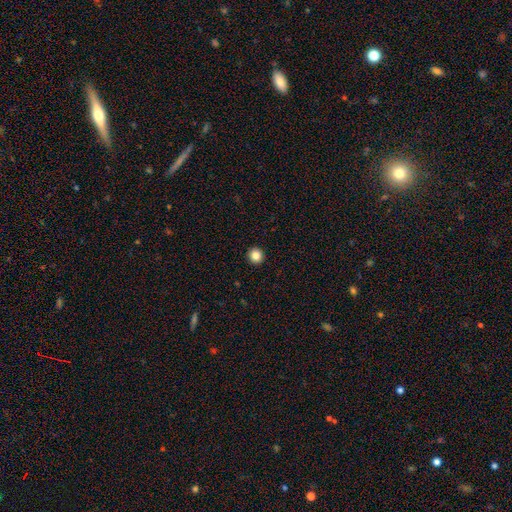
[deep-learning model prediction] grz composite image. It shows a smooth galaxy with no disk features (85%) that is round (94%). Merging: none (94%).